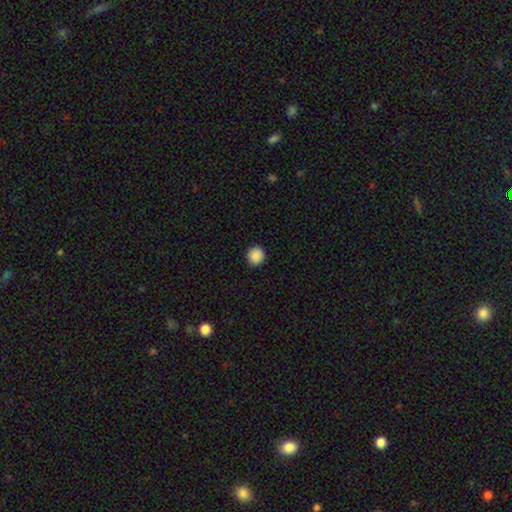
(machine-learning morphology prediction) type=smooth (89%); roundness=round (91%); merging=none (93%).